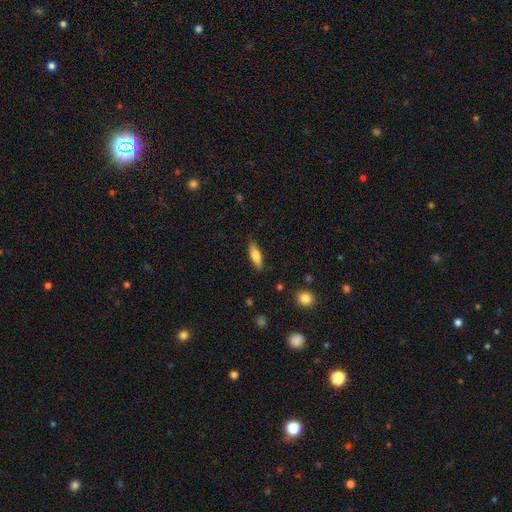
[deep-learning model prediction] Smooth or featured? Predicted: smooth (p=0.70). How rounded? Predicted: in between (p=0.51). Merging? Predicted: none (p=0.86).